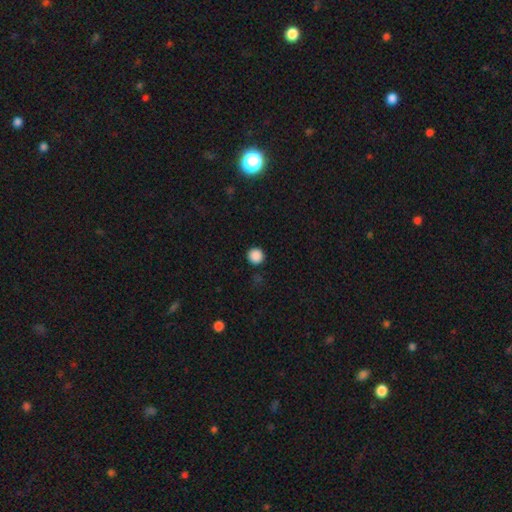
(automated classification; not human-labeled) A smooth galaxy with no disk features (87%) that is round (95%).

Vote fractions:
- Smooth or featured? smooth: 87% / star or artifact: 11% / featured or disk: 2%
- How rounded? round: 95% / in between: 4% / cigar-shaped: 1%
- Merging? none: 91% / minor disturbance: 5% / major disturbance: 2% / merger: 1%